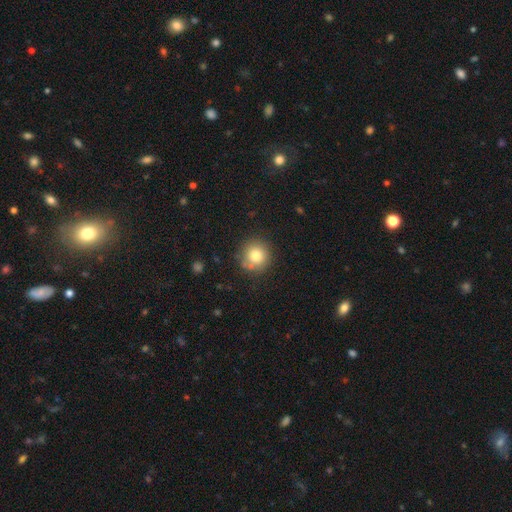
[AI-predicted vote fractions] A smooth galaxy with no disk features (78%) that is round (93%).

Vote fractions:
- Smooth or featured? smooth: 78% / star or artifact: 11% / featured or disk: 10%
- How rounded? round: 93% / in between: 6% / cigar-shaped: 1%
- Merging? none: 80% / minor disturbance: 11% / merger: 5% / major disturbance: 3%